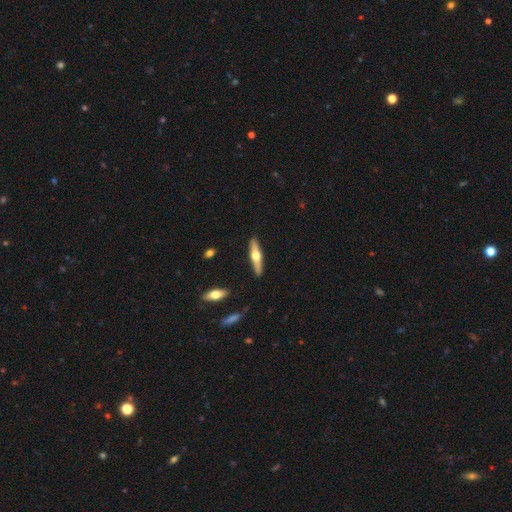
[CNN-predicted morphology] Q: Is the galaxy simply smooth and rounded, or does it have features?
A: featured or disk — 55%.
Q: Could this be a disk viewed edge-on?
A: yes — 92%.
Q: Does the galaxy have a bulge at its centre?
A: rounded — 94%.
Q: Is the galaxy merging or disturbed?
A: none — 88%.